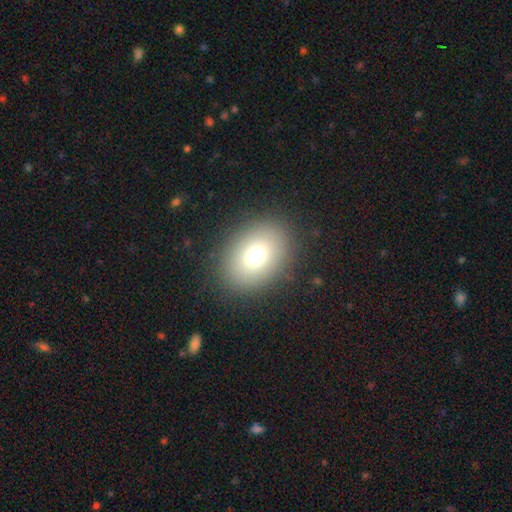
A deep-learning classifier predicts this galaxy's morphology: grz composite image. It shows a smooth galaxy with no disk features (76%) that is in between round and cigar-shaped (70%). Merging: none (89%).